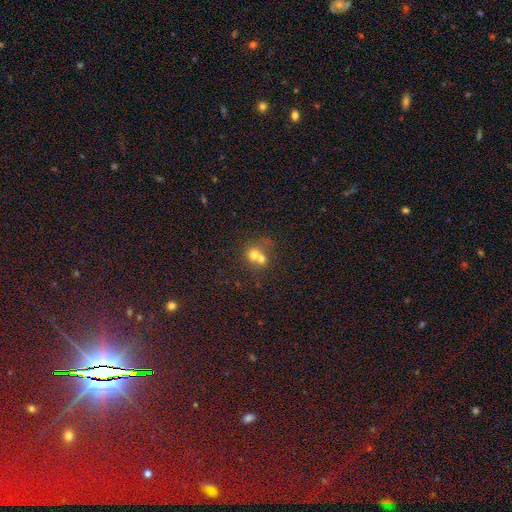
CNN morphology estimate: A smooth galaxy with no disk features (64%) that is round (75%). Merging: merger (68%).